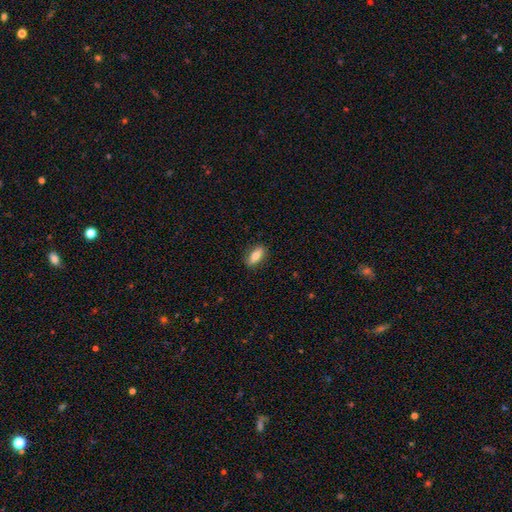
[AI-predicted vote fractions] This appears to be a smooth galaxy with no disk features (77%) that is in between round and cigar-shaped (77%). Merging: none (88%).